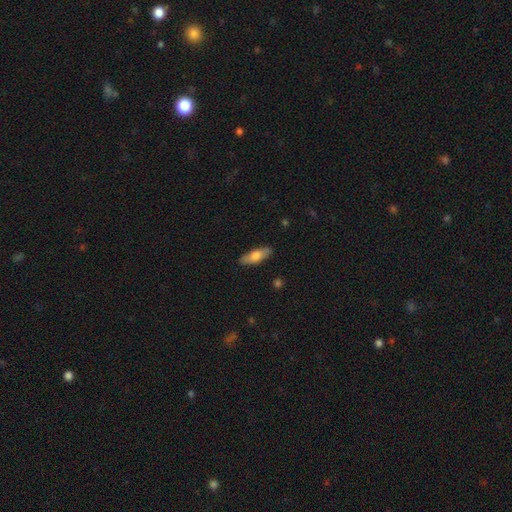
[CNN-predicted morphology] Smooth or featured? Predicted: smooth (p=0.69). How rounded? Predicted: in between (p=0.64). Merging? Predicted: none (p=0.86).